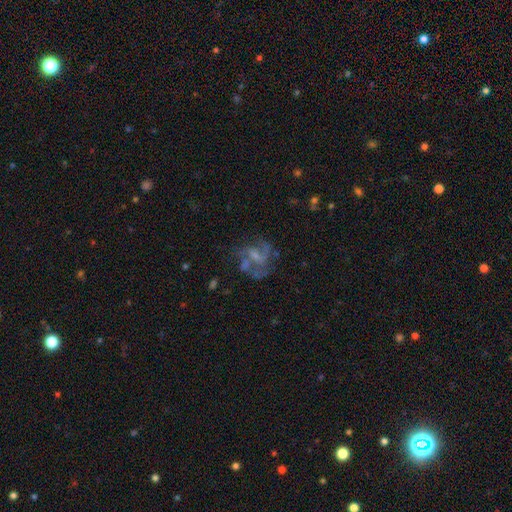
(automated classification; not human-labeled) Q: Smooth or featured?
A: featured or disk (68%); runner-up: smooth (17%)
Q: Edge-on disk?
A: no (97%); runner-up: yes (3%)
Q: Bar?
A: no (48%); runner-up: weak (41%)
Q: Spiral arms?
A: yes (70%); runner-up: no (30%)
Q: Bulge size?
A: small (40%); runner-up: none (29%)
Q: Merging?
A: none (51%); runner-up: major disturbance (24%)